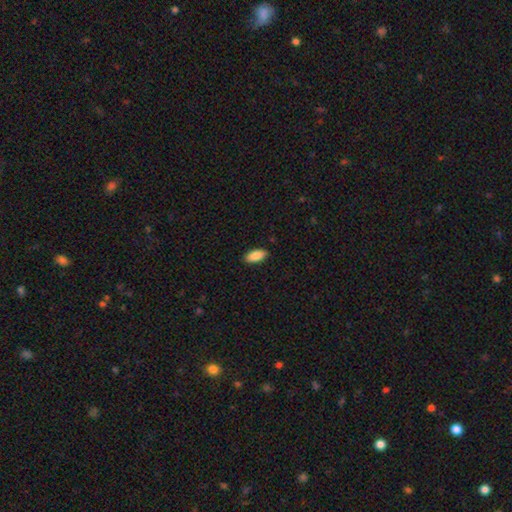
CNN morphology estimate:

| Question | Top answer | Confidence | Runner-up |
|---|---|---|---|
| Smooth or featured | smooth | 89% | star or artifact (6%) |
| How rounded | in between | 90% | cigar-shaped (8%) |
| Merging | none | 88% | minor disturbance (9%) |